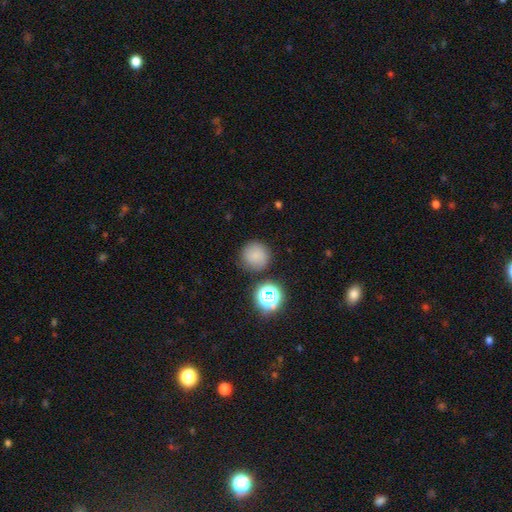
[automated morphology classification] Smooth or featured? Predicted: smooth (p=0.78). How rounded? Predicted: round (p=0.94). Merging? Predicted: none (p=0.82).